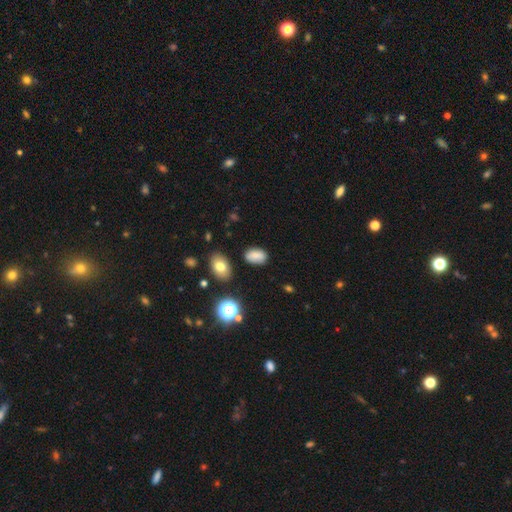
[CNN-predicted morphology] Smooth or featured?
  - smooth: 80% *
  - star or artifact: 12%
  - featured or disk: 8%
How rounded?
  - in between: 88% *
  - round: 11%
  - cigar-shaped: 2%
Merging?
  - none: 81% *
  - minor disturbance: 13%
  - major disturbance: 3%
  - merger: 3%